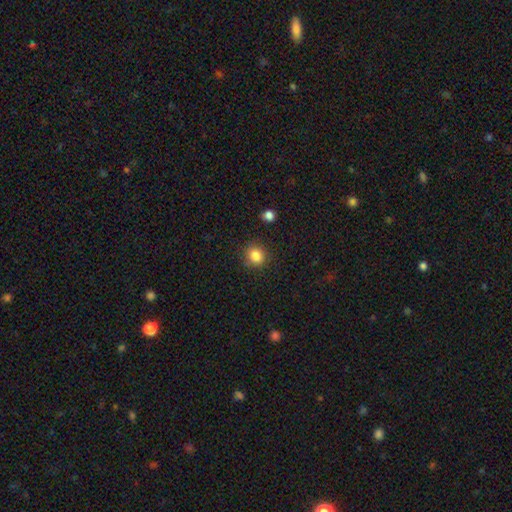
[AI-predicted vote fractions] This appears to be a smooth galaxy with no disk features (85%) that is round (83%). Merging: none (86%).